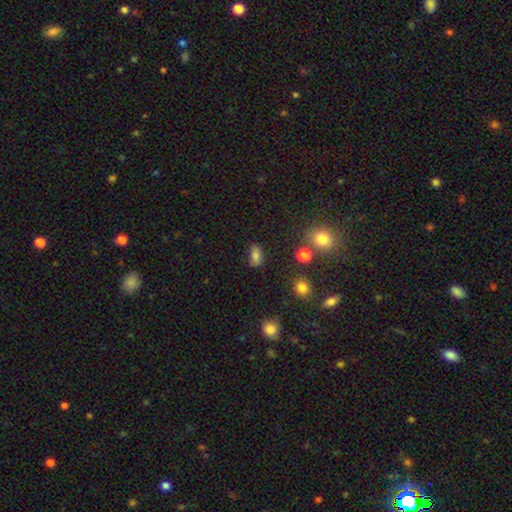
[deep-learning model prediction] Smooth or featured? smooth (75%)
How rounded? in between (83%)
Merging? none (75%)